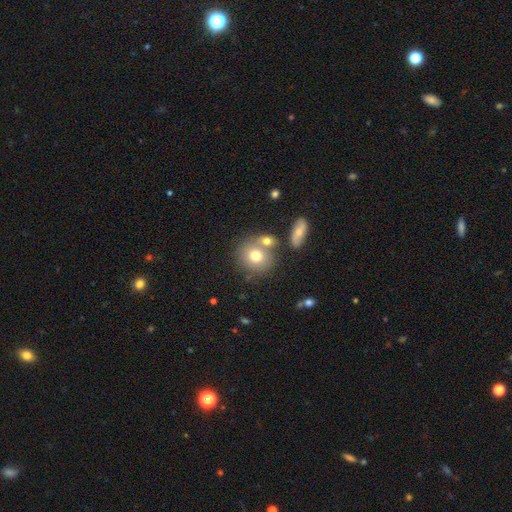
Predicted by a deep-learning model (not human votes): This appears to be a smooth galaxy with no disk features (73%) that is round (82%). Merging: none (59%).